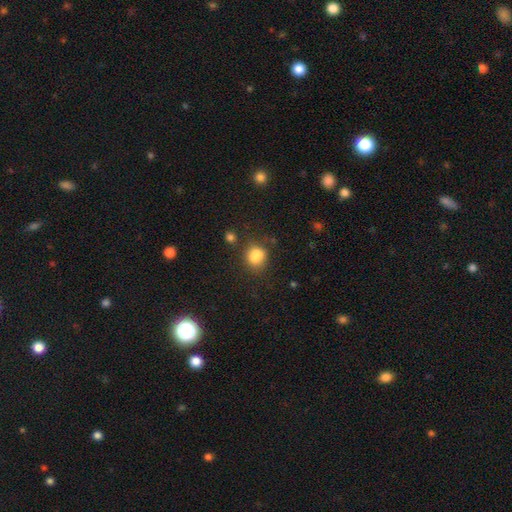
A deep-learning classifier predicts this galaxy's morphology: Smooth or featured? smooth (81%)
How rounded? round (63%)
Merging? none (57%)